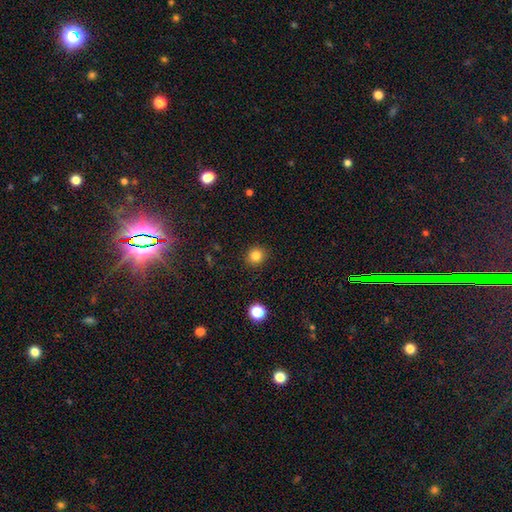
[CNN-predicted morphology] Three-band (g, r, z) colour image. It shows a smooth galaxy with no disk features (83%) that is round (86%). Merging: none (91%).